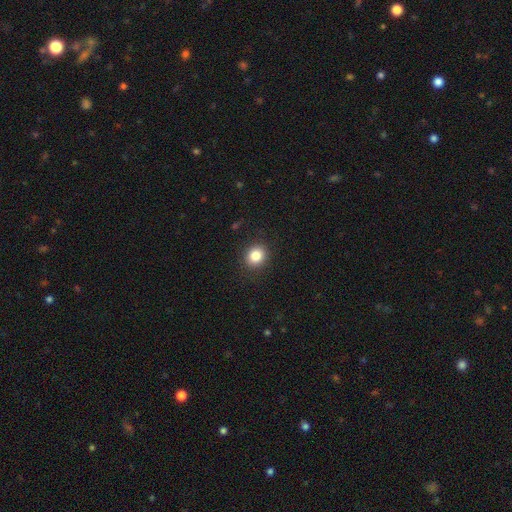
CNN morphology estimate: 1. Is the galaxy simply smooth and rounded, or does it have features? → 84% smooth, 10% star or artifact, 5% featured or disk.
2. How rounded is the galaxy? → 78% round, 21% in between, 1% cigar-shaped.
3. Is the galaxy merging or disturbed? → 89% none, 7% minor disturbance, 2% major disturbance, 1% merger.